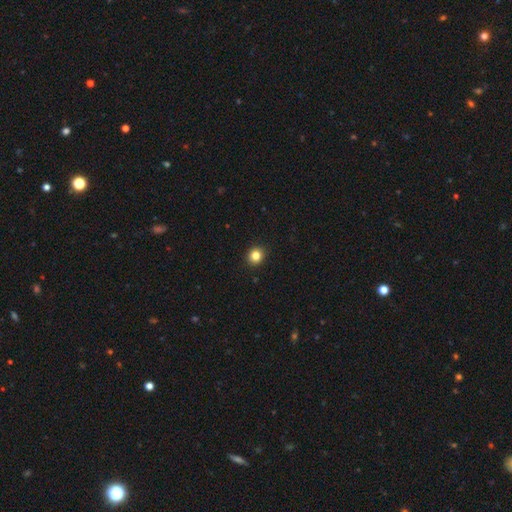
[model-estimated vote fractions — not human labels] smooth 83%, star or artifact 12%, featured or disk 5%. Down the decision tree: how rounded — round (86%); merging — none (93%).